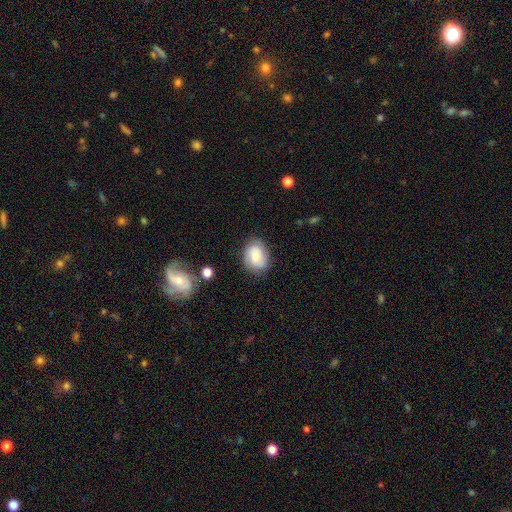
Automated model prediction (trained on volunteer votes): Smooth or featured? Predicted: smooth (p=0.62). How rounded? Predicted: in between (p=0.60). Merging? Predicted: none (p=0.76).